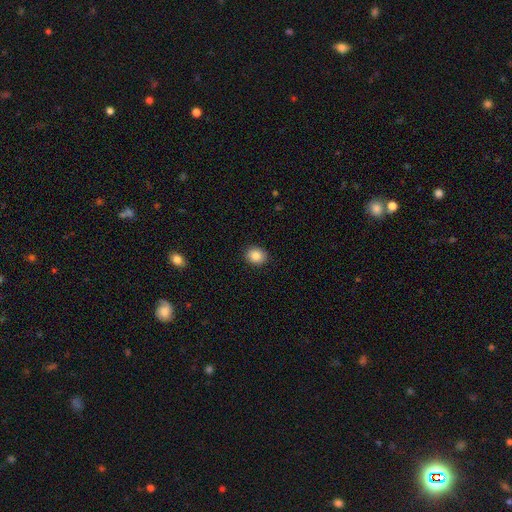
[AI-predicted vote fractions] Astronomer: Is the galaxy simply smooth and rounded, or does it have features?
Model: smooth — 86%.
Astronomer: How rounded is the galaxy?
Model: round — 58% (runner-up: in between, 42%).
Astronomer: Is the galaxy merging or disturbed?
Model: none — 90%.